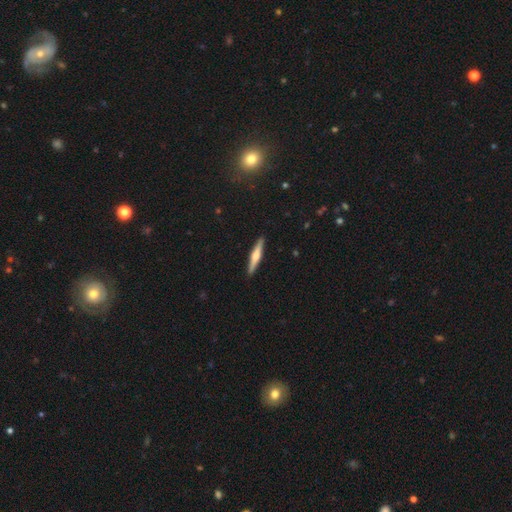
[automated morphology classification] featured or disk 60%, smooth 35%, star or artifact 5%. Down the decision tree: edge-on disk — yes (98%); edge-on bulge — rounded (83%); merging — none (92%).